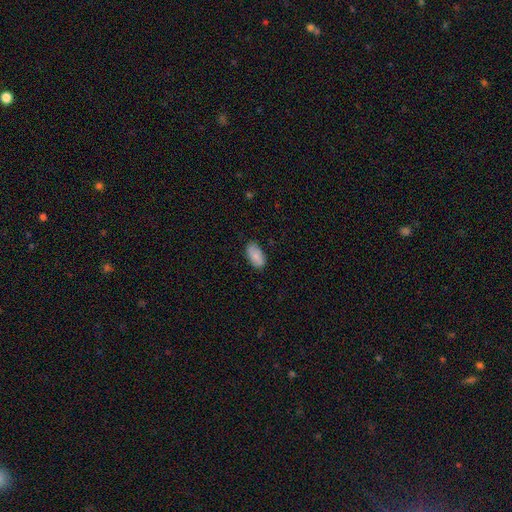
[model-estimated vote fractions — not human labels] Smooth or featured: smooth — 83% (featured or disk — 10%)
How rounded: in between — 94% (cigar-shaped — 3%)
Merging: none — 80% (minor disturbance — 16%)